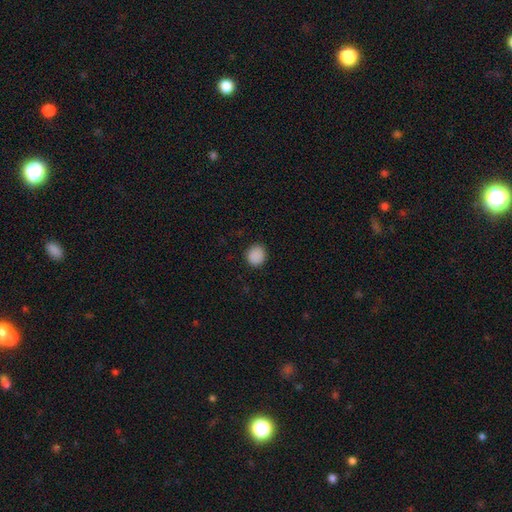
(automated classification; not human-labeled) Q: Smooth or featured?
A: smooth (88%); runner-up: star or artifact (9%)
Q: How rounded?
A: round (88%); runner-up: in between (11%)
Q: Merging?
A: none (90%); runner-up: minor disturbance (7%)